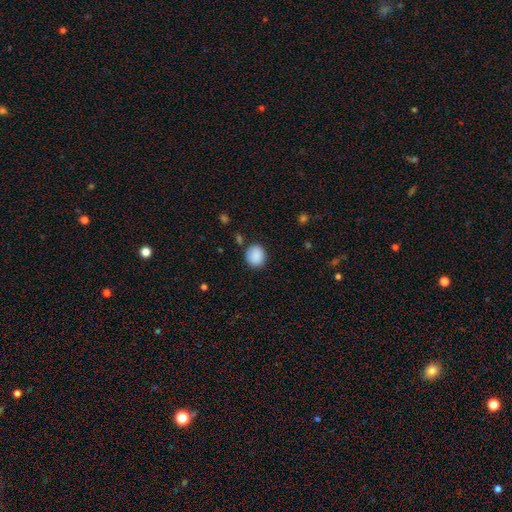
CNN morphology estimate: Smooth or featured? Predicted: smooth (p=0.89). How rounded? Predicted: round (p=0.73). Merging? Predicted: none (p=0.83).